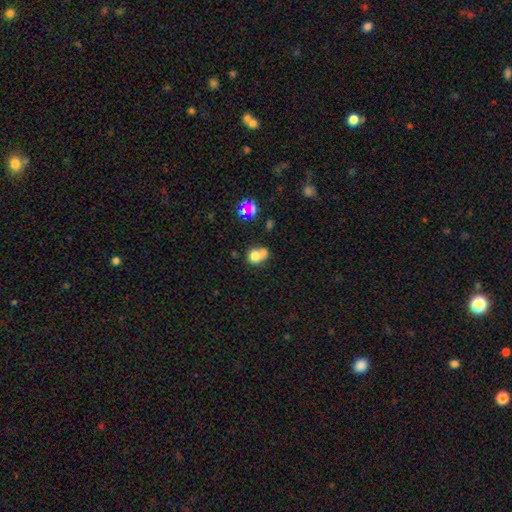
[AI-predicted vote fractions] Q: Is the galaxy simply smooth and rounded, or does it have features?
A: smooth — 72%.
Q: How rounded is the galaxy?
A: round — 62%.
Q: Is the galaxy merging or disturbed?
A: merger — 37%.